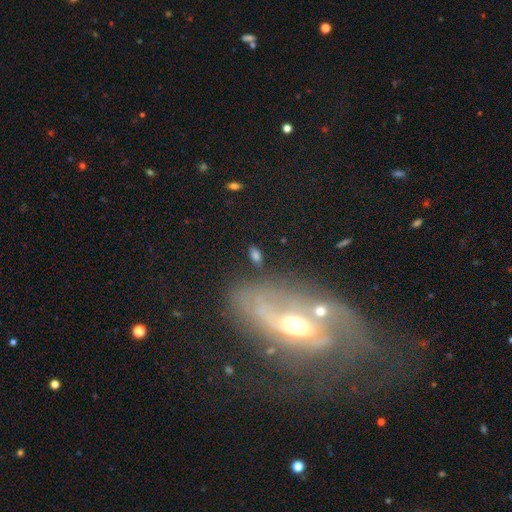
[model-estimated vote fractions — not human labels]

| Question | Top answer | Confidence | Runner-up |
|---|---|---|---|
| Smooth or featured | smooth | 60% | featured or disk (26%) |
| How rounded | in between | 80% | round (12%) |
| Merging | none | 68% | minor disturbance (15%) |